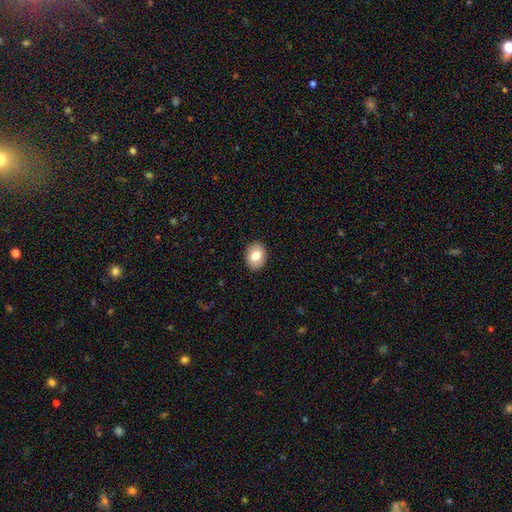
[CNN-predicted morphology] smooth_or_featured: smooth (p=0.80) [alt: featured or disk p=0.12]
how_rounded: in between (p=0.54) [alt: round p=0.45]
merging: none (p=0.91) [alt: minor disturbance p=0.07]